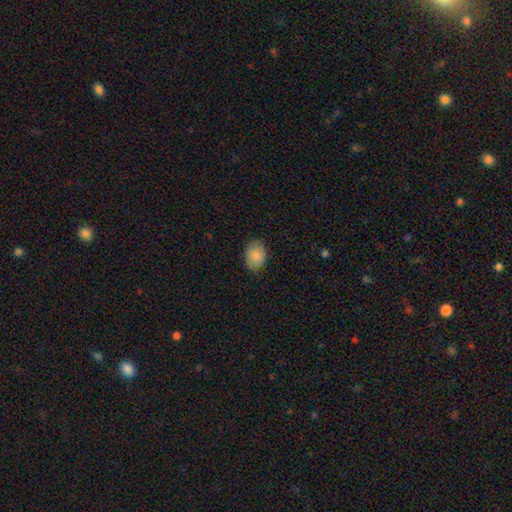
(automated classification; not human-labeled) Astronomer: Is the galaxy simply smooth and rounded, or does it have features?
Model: smooth — 88%.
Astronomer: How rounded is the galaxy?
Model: in between — 63%.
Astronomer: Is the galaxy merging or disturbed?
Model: none — 80%.